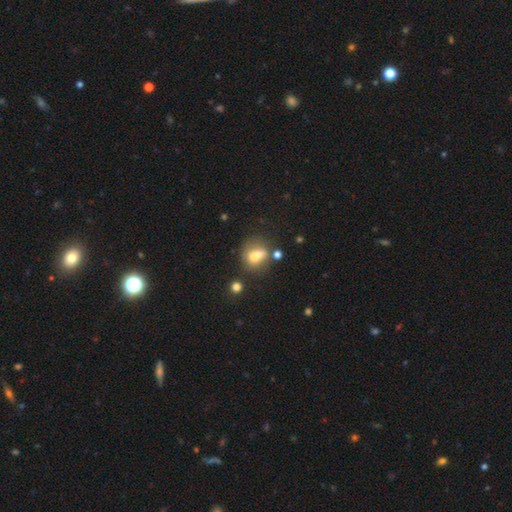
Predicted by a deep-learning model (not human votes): smooth 67%, featured or disk 21%, star or artifact 12%. Down the decision tree: how rounded — in between (59%); merging — none (49%).